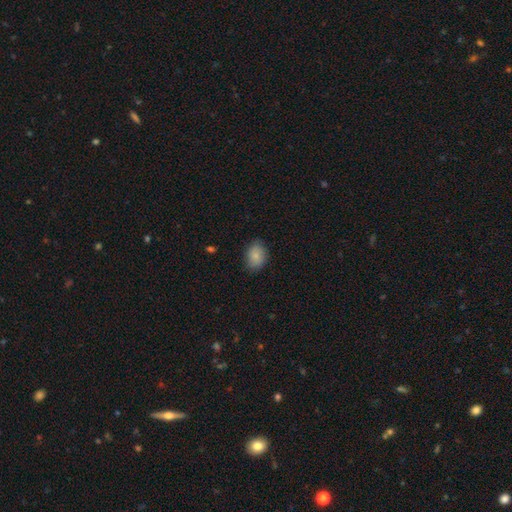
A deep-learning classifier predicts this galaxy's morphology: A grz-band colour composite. It shows a smooth galaxy with no disk features (86%) that is in between round and cigar-shaped (73%). Merging: none (82%).